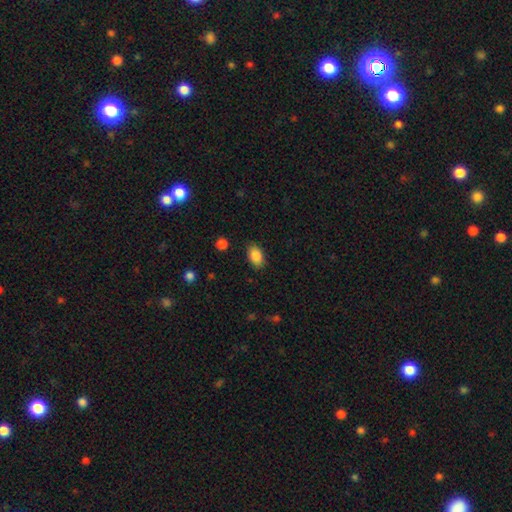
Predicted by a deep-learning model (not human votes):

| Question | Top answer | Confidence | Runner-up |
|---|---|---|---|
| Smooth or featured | smooth | 87% | star or artifact (8%) |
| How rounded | in between | 88% | round (10%) |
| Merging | none | 84% | minor disturbance (12%) |